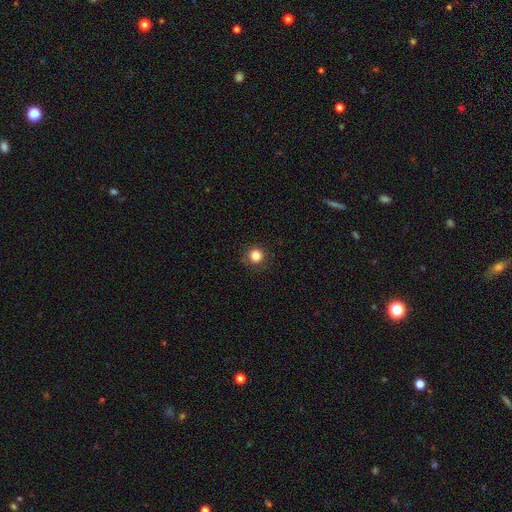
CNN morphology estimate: type=smooth (84%); roundness=round (94%); merging=none (90%).